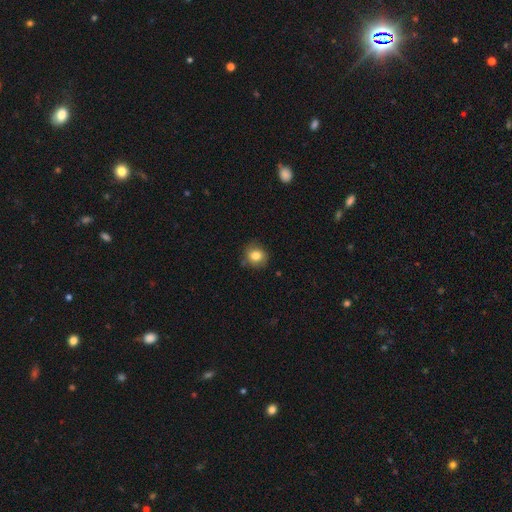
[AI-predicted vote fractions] smooth-or-featured: smooth: 81% | star or artifact: 10% | featured or disk: 9%
  how-rounded: round: 77% | in between: 22% | cigar-shaped: 1%
  merging: none: 79% | minor disturbance: 16% | major disturbance: 3% | merger: 2%